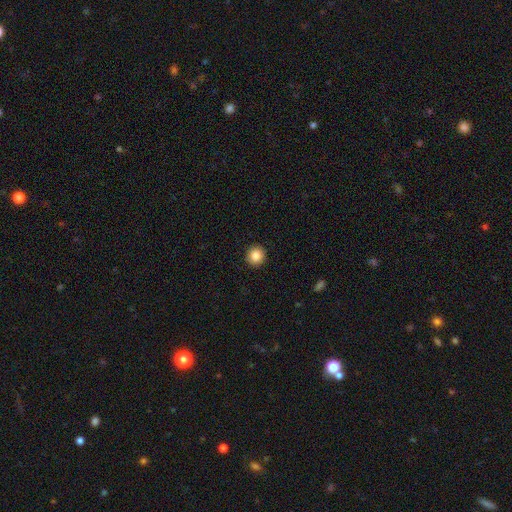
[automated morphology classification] A smooth galaxy with no disk features (86%) that is round (93%). Merging: none (93%).